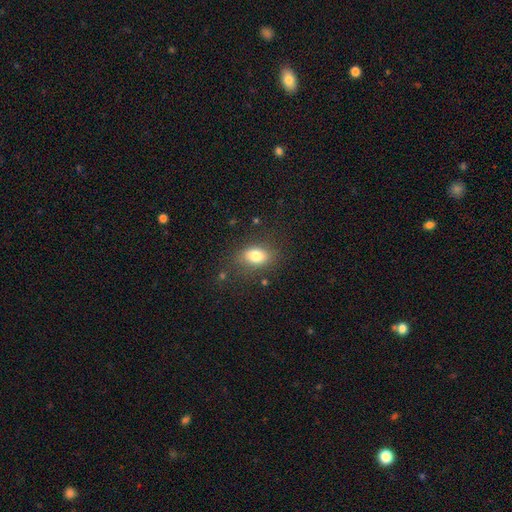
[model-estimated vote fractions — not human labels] The model was most divided on "how rounded": in between: 79%, round: 18%, cigar-shaped: 3%. More confident: smooth or featured — smooth (80%); merging — none (77%).